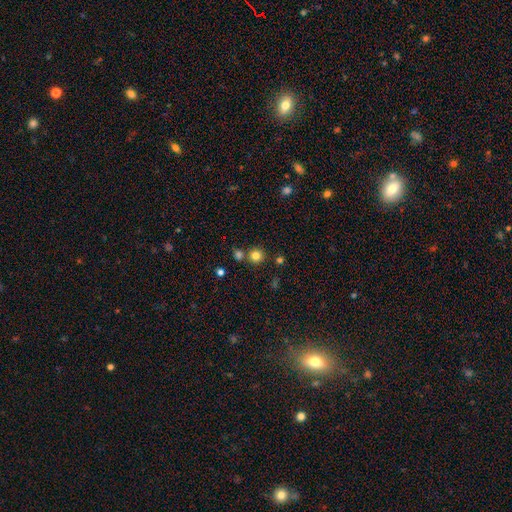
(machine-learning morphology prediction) Smooth or featured: smooth — 80% (star or artifact — 14%)
How rounded: round — 92% (in between — 7%)
Merging: none — 76% (merger — 14%)